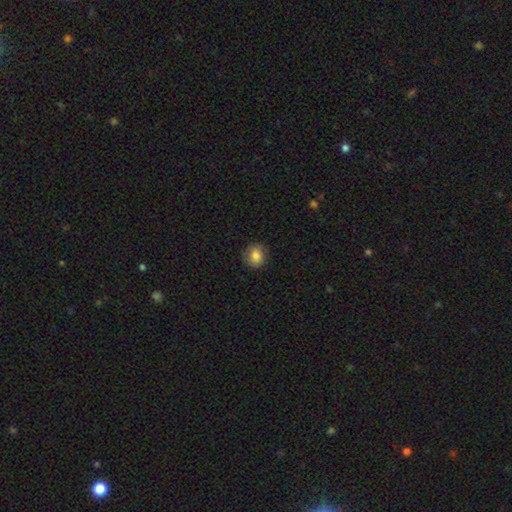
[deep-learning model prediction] smooth-or-featured: smooth: 81% | featured or disk: 10% | star or artifact: 9%
  how-rounded: round: 79% | in between: 20% | cigar-shaped: 1%
  merging: none: 83% | minor disturbance: 13% | major disturbance: 3% | merger: 1%